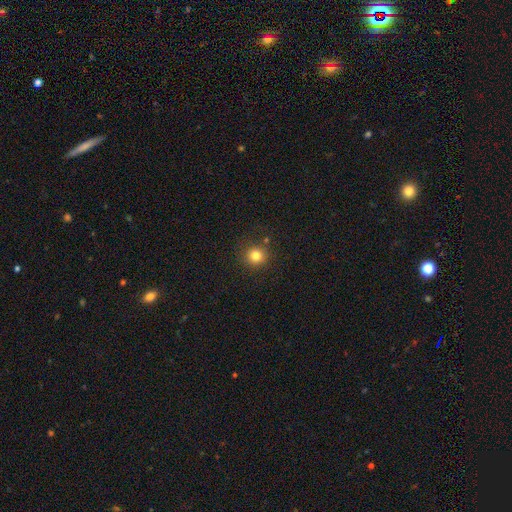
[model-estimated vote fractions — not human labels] Smooth or featured? smooth (80%)
How rounded? round (92%)
Merging? none (86%)